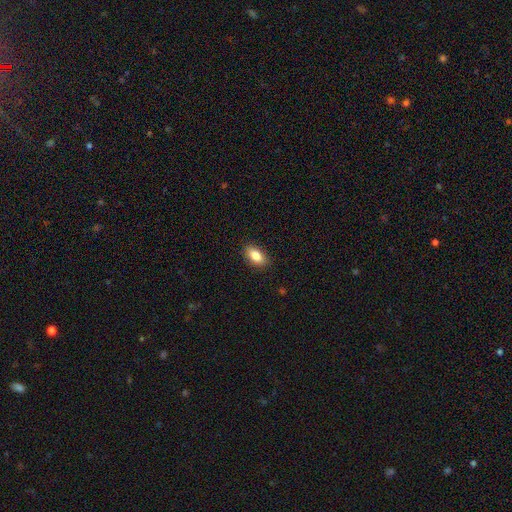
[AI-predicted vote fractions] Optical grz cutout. It shows a smooth galaxy with no disk features (84%) that is in between round and cigar-shaped (90%). Merging: none (88%).